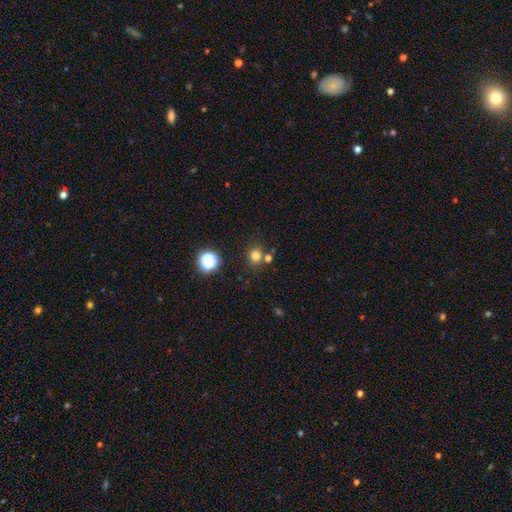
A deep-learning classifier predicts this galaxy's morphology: Smooth or featured? smooth (76%)
How rounded? round (85%)
Merging? none (76%)